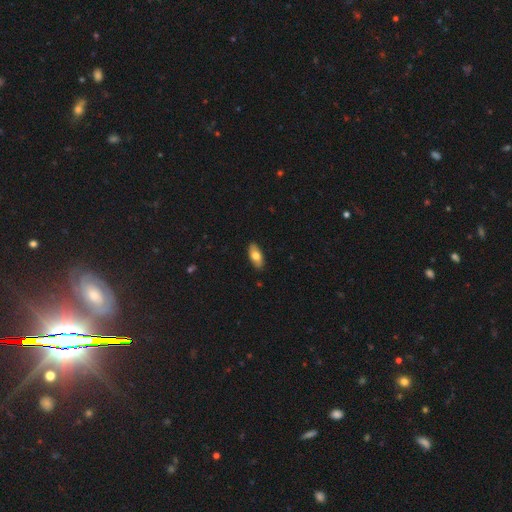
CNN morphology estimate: Q: Smooth or featured?
A: smooth (73%); runner-up: featured or disk (21%)
Q: How rounded?
A: in between (88%); runner-up: cigar-shaped (9%)
Q: Merging?
A: none (88%); runner-up: minor disturbance (9%)